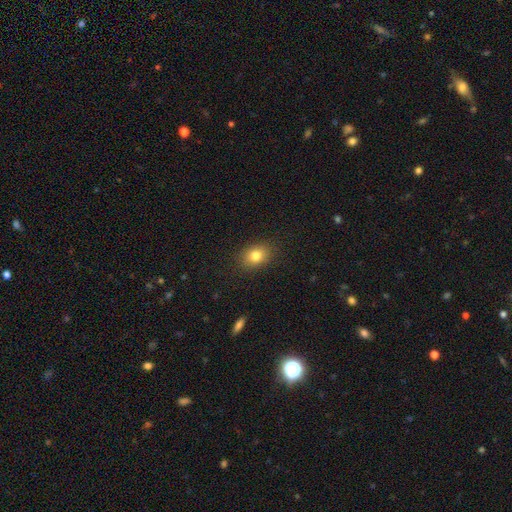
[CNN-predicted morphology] This is clearly a smooth galaxy (81%). How rounded: likely in between (62%). Merging: clearly none (87%).